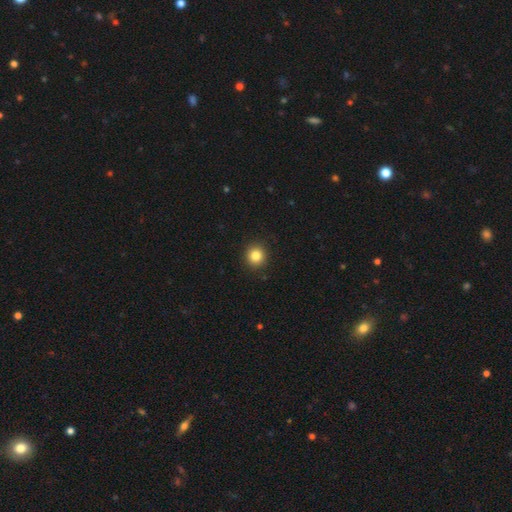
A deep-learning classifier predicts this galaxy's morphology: smooth-or-featured: smooth: 84% | star or artifact: 11% | featured or disk: 5%
  how-rounded: round: 91% | in between: 8% | cigar-shaped: 1%
  merging: none: 91% | minor disturbance: 6% | major disturbance: 2% | merger: 1%